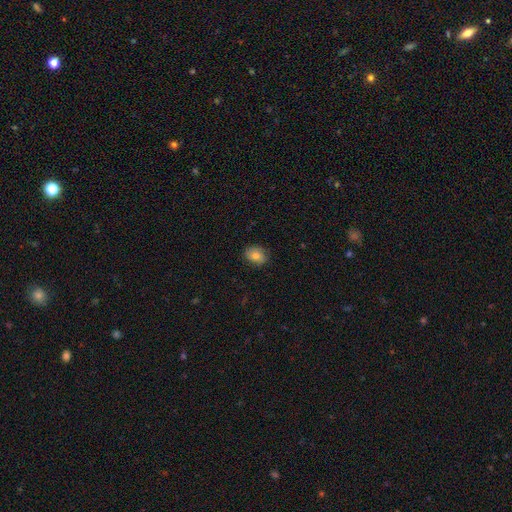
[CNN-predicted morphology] This is likely a smooth galaxy (72%). How rounded: possibly in between (54%). Merging: clearly none (82%).